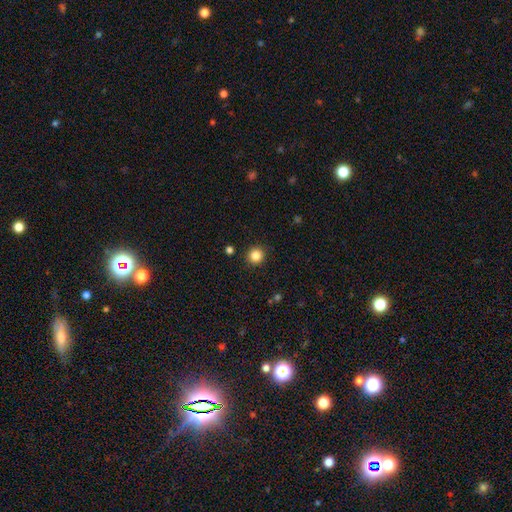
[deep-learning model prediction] smooth-or-featured: smooth: 84% | star or artifact: 11% | featured or disk: 4%
  how-rounded: round: 94% | in between: 5% | cigar-shaped: 1%
  merging: none: 92% | minor disturbance: 5% | major disturbance: 2% | merger: 1%